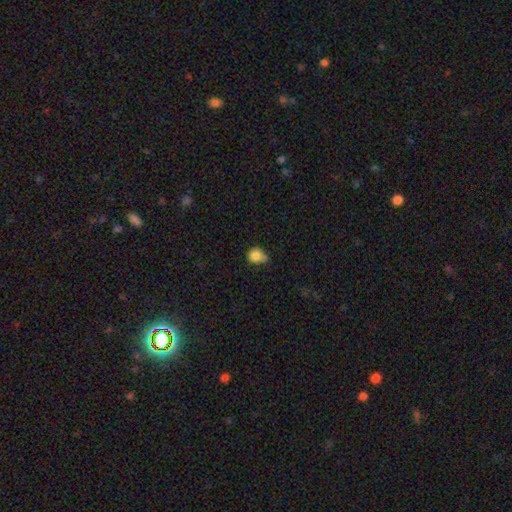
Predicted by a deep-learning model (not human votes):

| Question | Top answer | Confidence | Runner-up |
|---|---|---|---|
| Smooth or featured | smooth | 82% | star or artifact (10%) |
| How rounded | round | 83% | in between (16%) |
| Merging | none | 49% | minor disturbance (25%) |